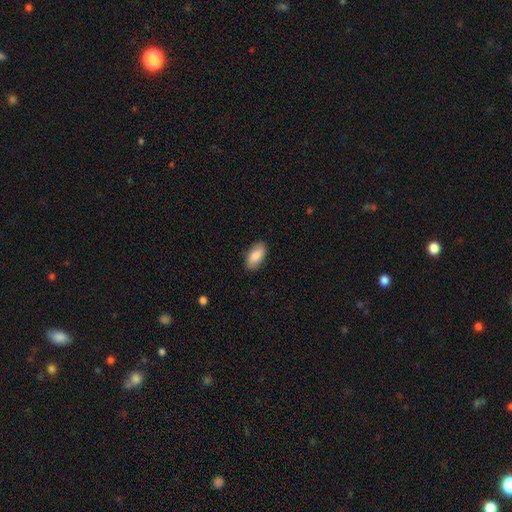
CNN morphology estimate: A smooth galaxy with no disk features (83%) that is in between round and cigar-shaped (91%). Merging: none (87%).